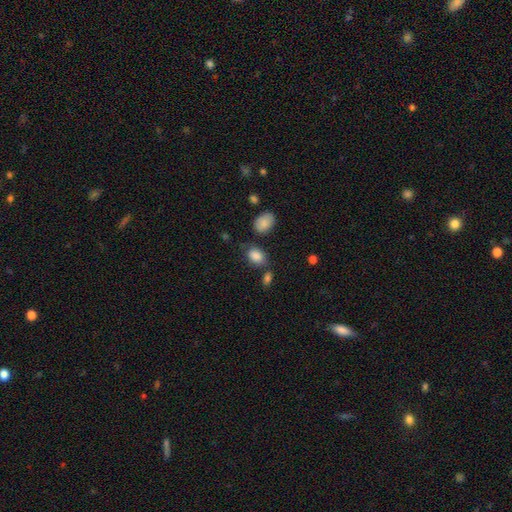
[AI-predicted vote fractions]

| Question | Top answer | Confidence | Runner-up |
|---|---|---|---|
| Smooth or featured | smooth | 86% | star or artifact (9%) |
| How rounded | in between | 80% | round (19%) |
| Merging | none | 64% | minor disturbance (19%) |